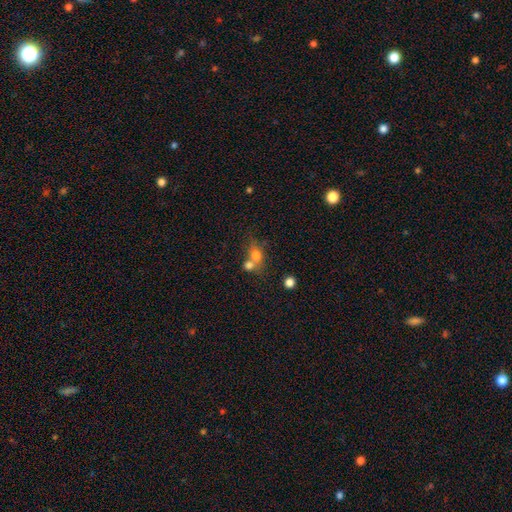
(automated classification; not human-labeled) smooth_or_featured: smooth (p=0.72) [alt: featured or disk p=0.15]
how_rounded: round (p=0.61) [alt: in between p=0.36]
merging: merger (p=0.54) [alt: none p=0.32]